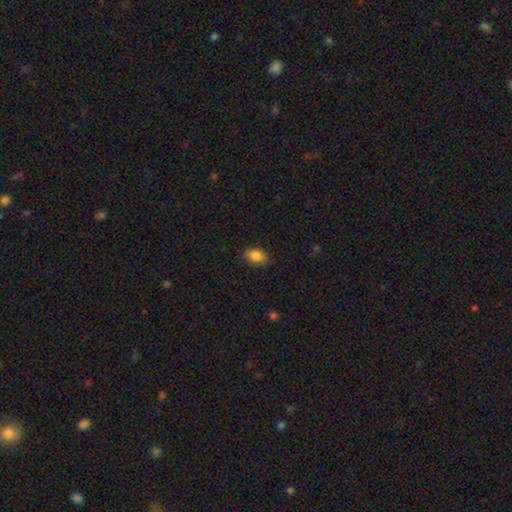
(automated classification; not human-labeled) Smooth or featured?
  - smooth: 87% *
  - star or artifact: 9%
  - featured or disk: 5%
How rounded?
  - in between: 85% *
  - round: 14%
  - cigar-shaped: 1%
Merging?
  - none: 85% *
  - minor disturbance: 12%
  - major disturbance: 3%
  - merger: 1%